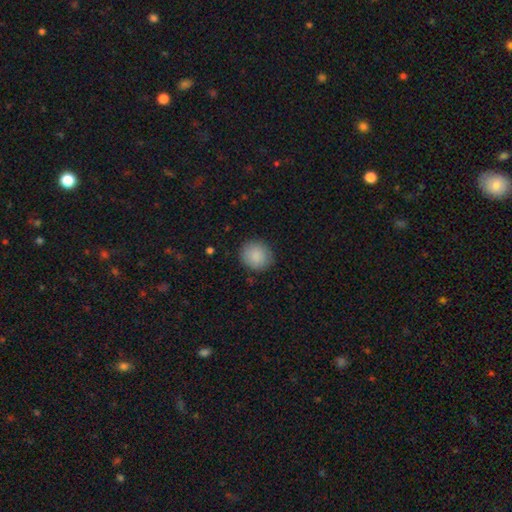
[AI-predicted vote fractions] The model was most divided on "how rounded": round: 85%, in between: 15%, cigar-shaped: 1%. More confident: smooth or featured — smooth (89%); merging — none (88%).